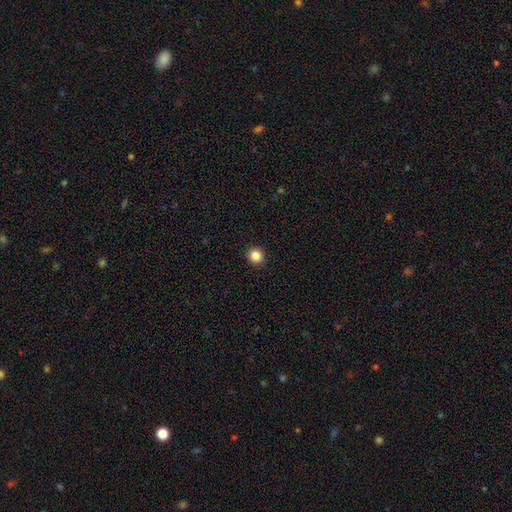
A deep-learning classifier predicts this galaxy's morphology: Smooth or featured? smooth (86%)
How rounded? round (87%)
Merging? none (92%)